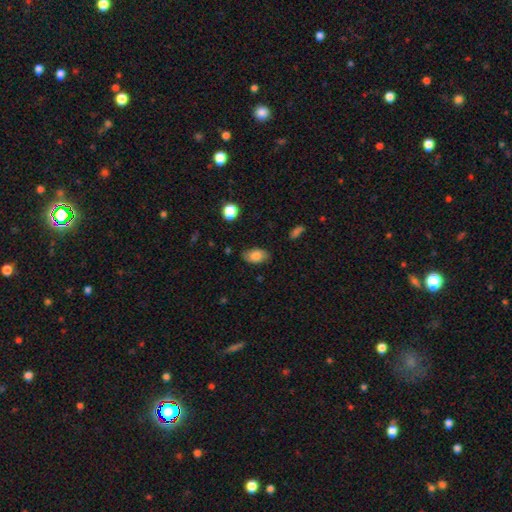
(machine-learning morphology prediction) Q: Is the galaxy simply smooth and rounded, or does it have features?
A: smooth — 82%.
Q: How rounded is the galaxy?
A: in between — 91%.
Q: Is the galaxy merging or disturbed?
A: none — 80%.